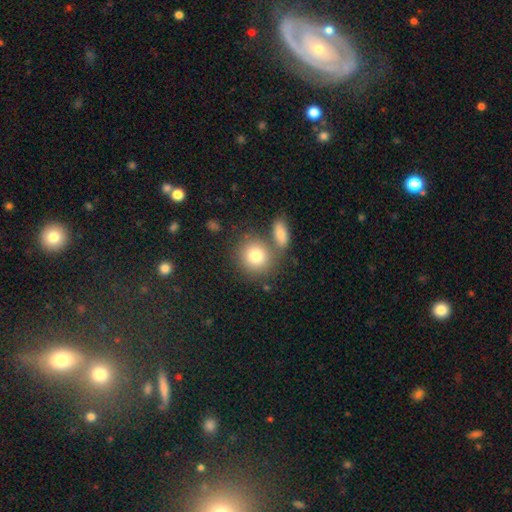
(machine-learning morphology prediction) Smooth or featured: smooth — 79% (featured or disk — 12%)
How rounded: round — 84% (in between — 15%)
Merging: none — 63% (merger — 24%)